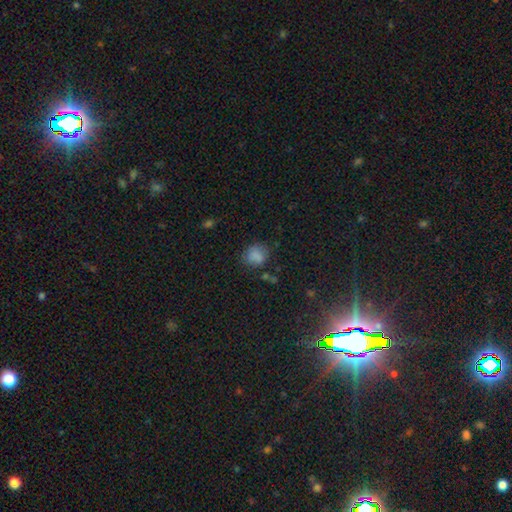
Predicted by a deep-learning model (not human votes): Morphology: type=smooth (80%); roundness=round (65%); merging=none (68%).